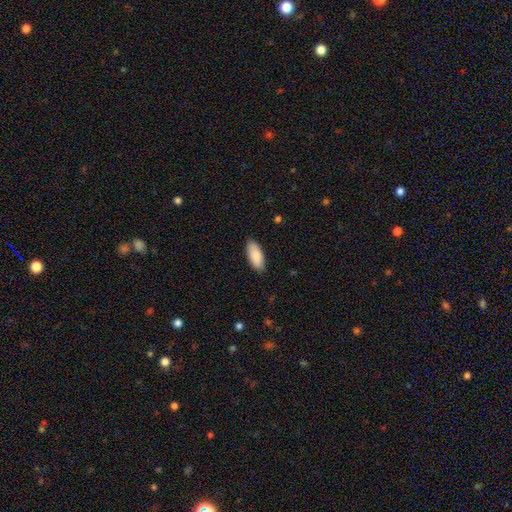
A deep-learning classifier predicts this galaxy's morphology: type=smooth (88%); roundness=in between (84%); merging=none (87%).